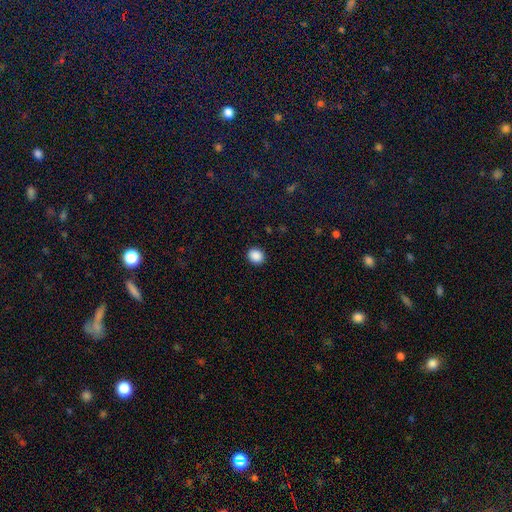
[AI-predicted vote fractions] The model was most divided on "how rounded": round: 73%, in between: 26%, cigar-shaped: 1%. More confident: merging — none (92%); smooth or featured — smooth (89%).